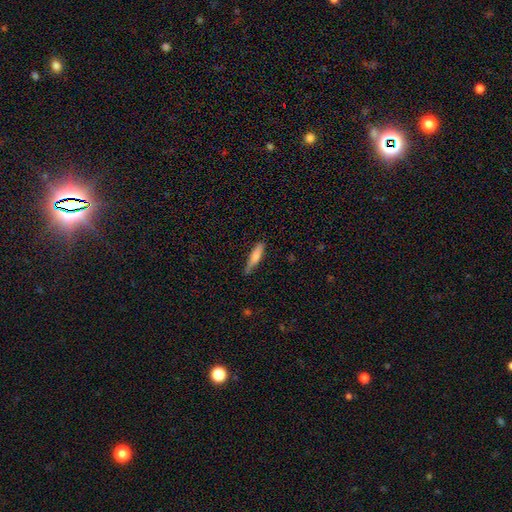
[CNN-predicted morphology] smooth_or_featured: smooth (p=0.67) [alt: featured or disk p=0.27]
how_rounded: cigar-shaped (p=0.83) [alt: in between p=0.15]
merging: none (p=0.79) [alt: minor disturbance p=0.17]